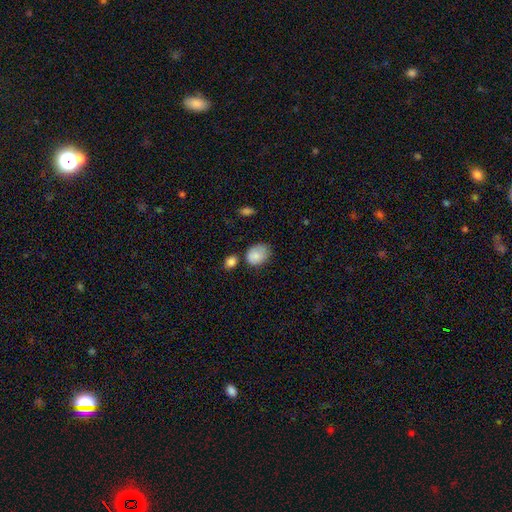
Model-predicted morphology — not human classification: Q: Smooth or featured?
A: smooth (83%); runner-up: featured or disk (9%)
Q: How rounded?
A: in between (66%); runner-up: round (33%)
Q: Merging?
A: none (51%); runner-up: minor disturbance (33%)